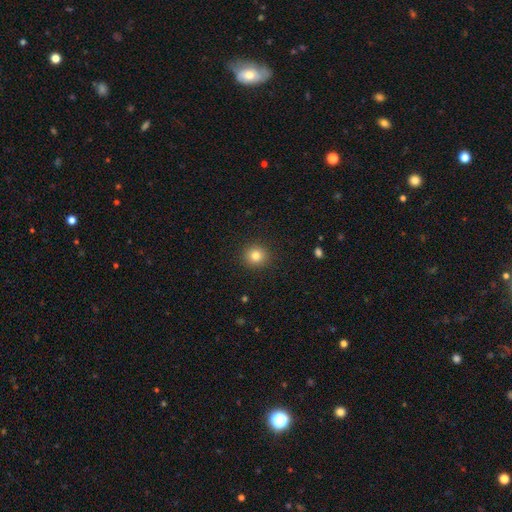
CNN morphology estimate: Overall: smooth (82%). How rounded: round (90%). Merging: none (91%).